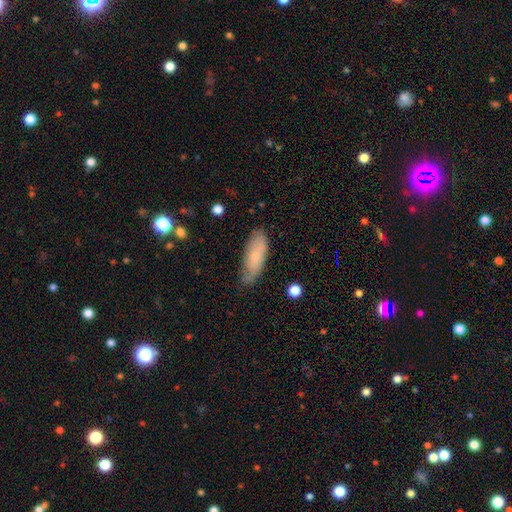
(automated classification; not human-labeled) smooth-or-featured: smooth: 73% | featured or disk: 20% | star or artifact: 7%
  how-rounded: in between: 66% | cigar-shaped: 32% | round: 2%
  merging: none: 71% | minor disturbance: 23% | major disturbance: 4% | merger: 2%